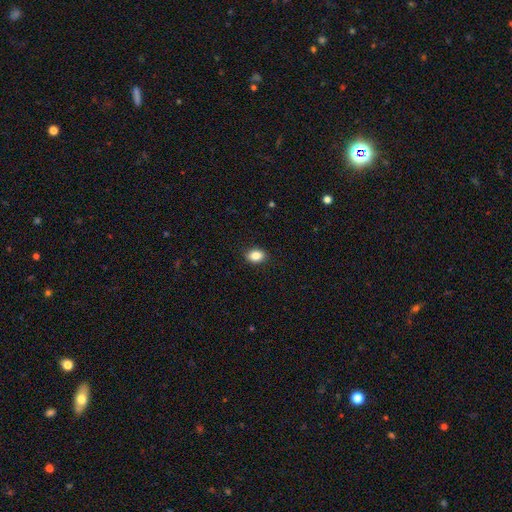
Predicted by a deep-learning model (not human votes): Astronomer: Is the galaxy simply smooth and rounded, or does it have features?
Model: smooth — 86%.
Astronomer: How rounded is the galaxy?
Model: in between — 73%.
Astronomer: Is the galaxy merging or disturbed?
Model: none — 90%.